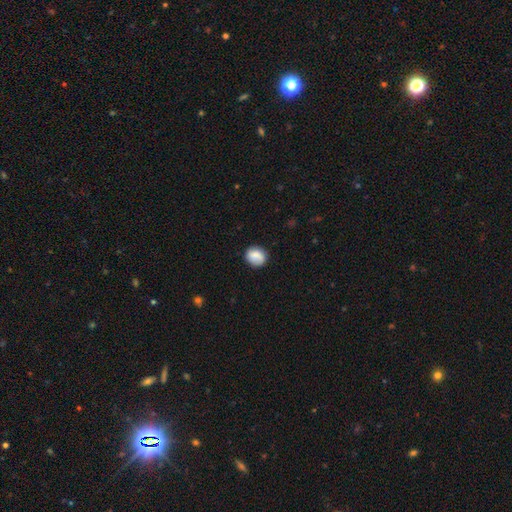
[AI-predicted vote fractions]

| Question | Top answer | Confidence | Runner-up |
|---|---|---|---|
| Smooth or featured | smooth | 81% | featured or disk (12%) |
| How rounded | round | 72% | in between (27%) |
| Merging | none | 81% | minor disturbance (14%) |